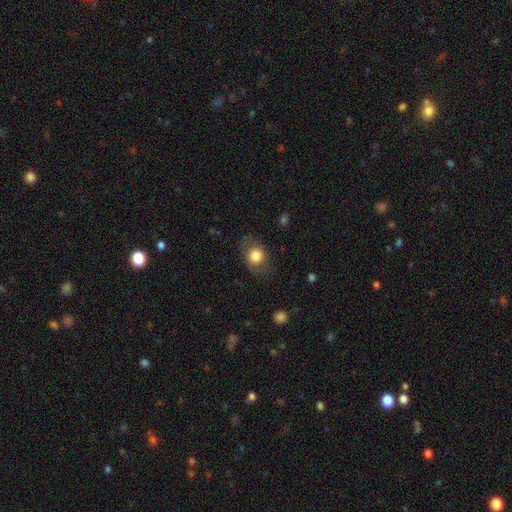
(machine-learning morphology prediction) Smooth or featured: smooth — 73% (featured or disk — 19%)
How rounded: in between — 61% (round — 37%)
Merging: none — 73% (minor disturbance — 17%)